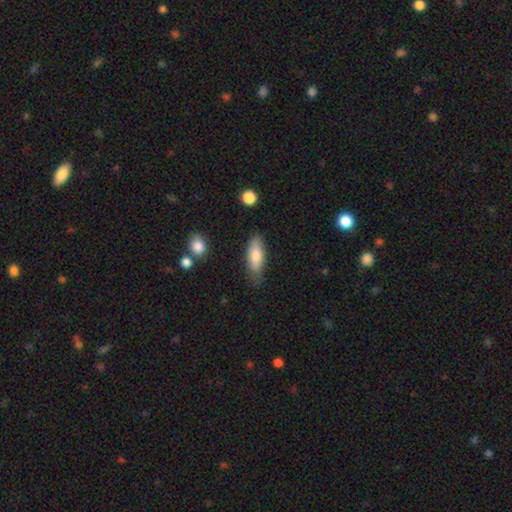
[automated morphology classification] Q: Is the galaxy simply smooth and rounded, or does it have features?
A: smooth — 78%.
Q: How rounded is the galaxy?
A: in between — 70%.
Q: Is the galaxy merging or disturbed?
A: none — 72%.